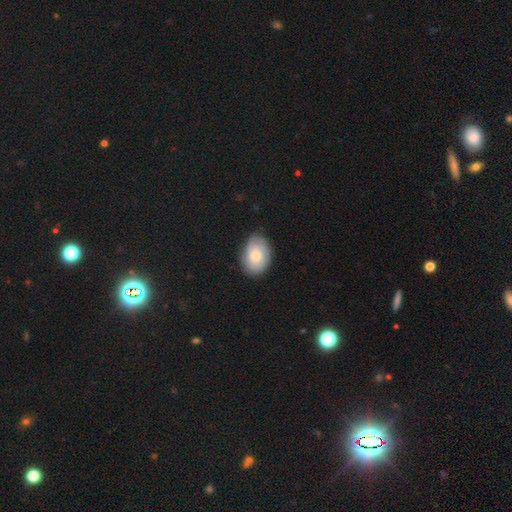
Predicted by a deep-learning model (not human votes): Smooth or featured? smooth (59%)
How rounded? in between (78%)
Merging? none (76%)